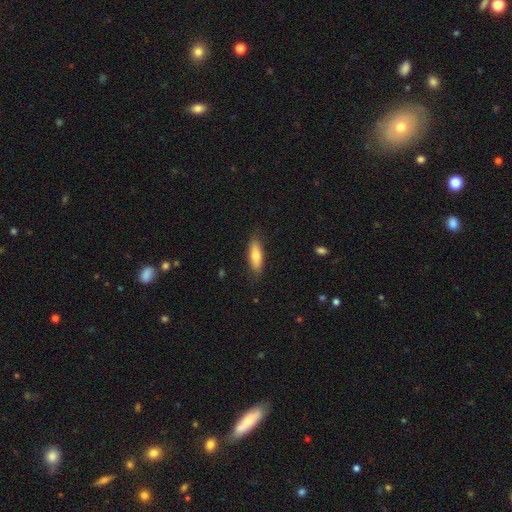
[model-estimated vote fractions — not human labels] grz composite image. It shows a smooth galaxy with no disk features (72%) that is in between round and cigar-shaped (55%). Merging: none (84%).